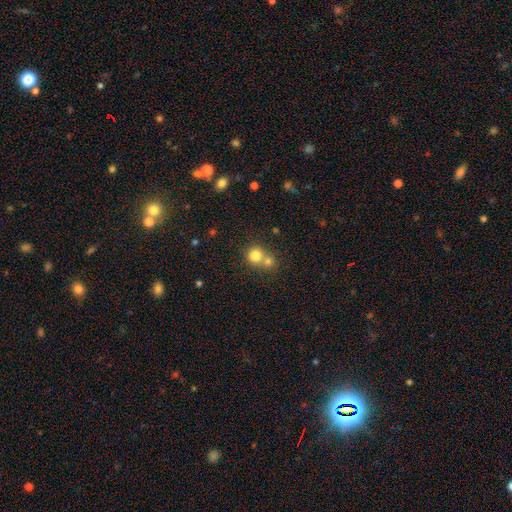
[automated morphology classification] Smooth or featured? smooth (79%)
How rounded? round (87%)
Merging? merger (48%)